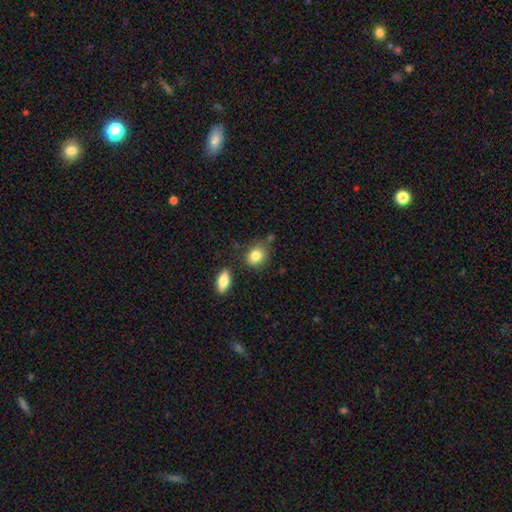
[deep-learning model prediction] Morphology: type=smooth (84%); roundness=in between (52%); merging=none (73%).